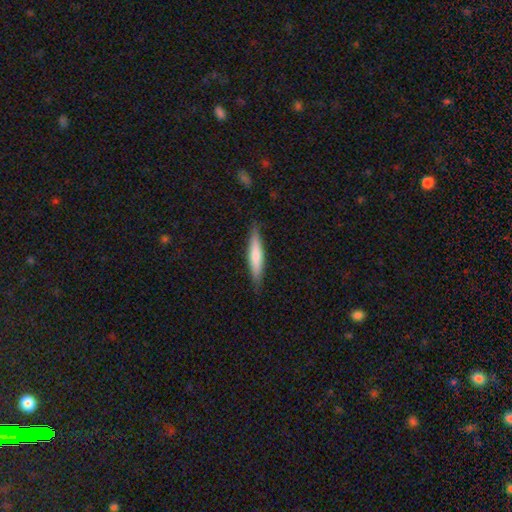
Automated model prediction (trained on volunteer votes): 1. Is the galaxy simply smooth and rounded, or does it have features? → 67% smooth, 28% featured or disk, 5% star or artifact.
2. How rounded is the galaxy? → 87% cigar-shaped, 11% in between, 1% round.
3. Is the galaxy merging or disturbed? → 87% none, 10% minor disturbance, 2% major disturbance, 1% merger.